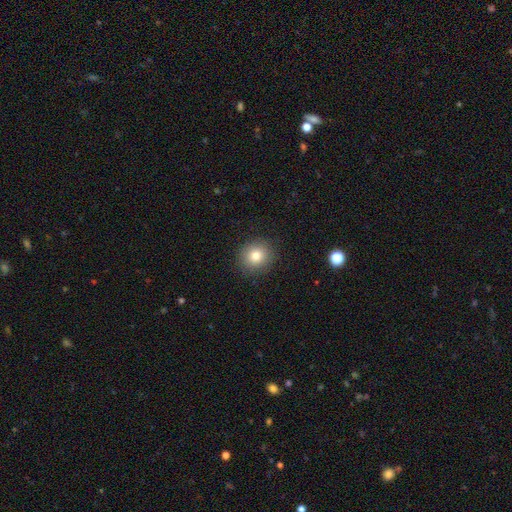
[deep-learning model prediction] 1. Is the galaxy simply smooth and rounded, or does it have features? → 81% smooth, 11% star or artifact, 8% featured or disk.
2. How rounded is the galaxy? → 87% round, 12% in between, 1% cigar-shaped.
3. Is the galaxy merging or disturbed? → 90% none, 7% minor disturbance, 2% major disturbance, 1% merger.